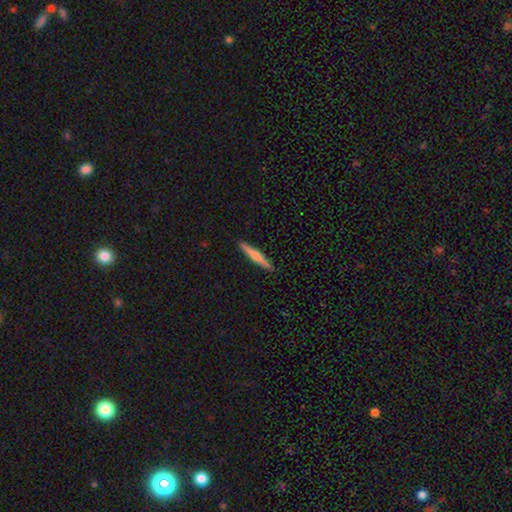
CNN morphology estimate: This is possibly a featured or disk galaxy (50%). It is clearly viewed edge-on (97%). Merging: clearly none (92%).